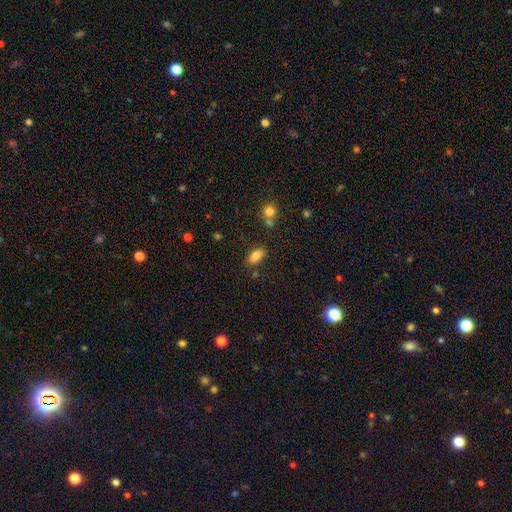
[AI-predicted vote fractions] Smooth or featured: smooth — 83% (star or artifact — 9%)
How rounded: in between — 87% (cigar-shaped — 9%)
Merging: none — 77% (minor disturbance — 13%)